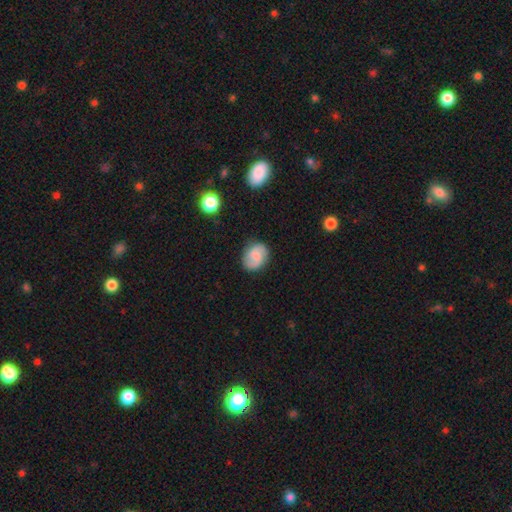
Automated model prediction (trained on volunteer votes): Smooth or featured? featured or disk (50%)
Merging? none (80%)